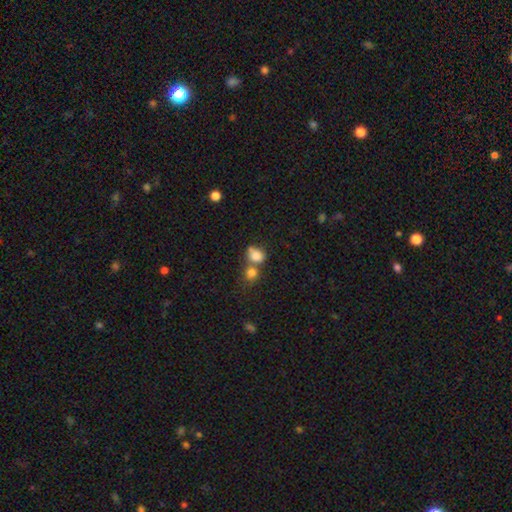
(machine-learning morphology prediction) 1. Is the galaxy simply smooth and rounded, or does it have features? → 80% smooth, 11% star or artifact, 9% featured or disk.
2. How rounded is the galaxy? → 52% round, 47% in between, 1% cigar-shaped.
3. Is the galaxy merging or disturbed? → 47% merger, 35% none, 12% minor disturbance, 7% major disturbance.